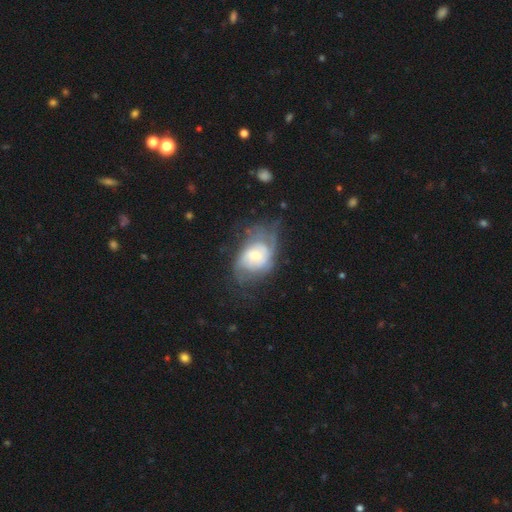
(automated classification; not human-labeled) Smooth or featured: featured or disk — 65% (smooth — 28%)
Edge-on disk: no — 96% (yes — 4%)
Bar: no — 63% (weak — 32%)
Spiral arms: yes — 77% (no — 23%)
Bulge size: moderate — 44% (small — 42%)
Merging: none — 41% (major disturbance — 30%)